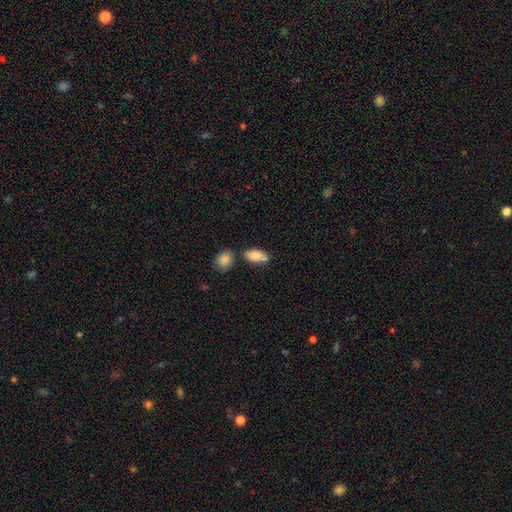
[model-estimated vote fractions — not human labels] This is clearly a smooth galaxy (85%). How rounded: clearly in between (89%). Merging: likely none (67%).